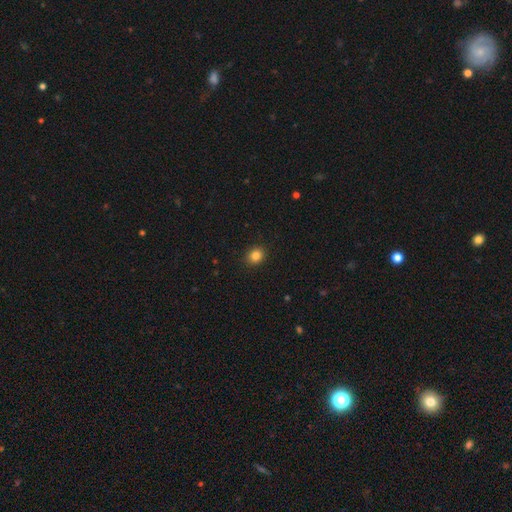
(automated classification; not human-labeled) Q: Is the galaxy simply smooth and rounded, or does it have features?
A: smooth — 84%.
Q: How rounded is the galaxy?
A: round — 71%.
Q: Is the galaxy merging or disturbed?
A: none — 91%.